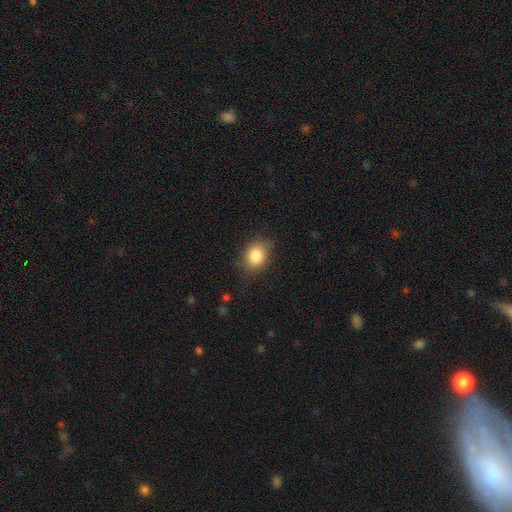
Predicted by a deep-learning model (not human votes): Overall: smooth (85%). How rounded: in between (61%; round 38%). Merging: none (77%).